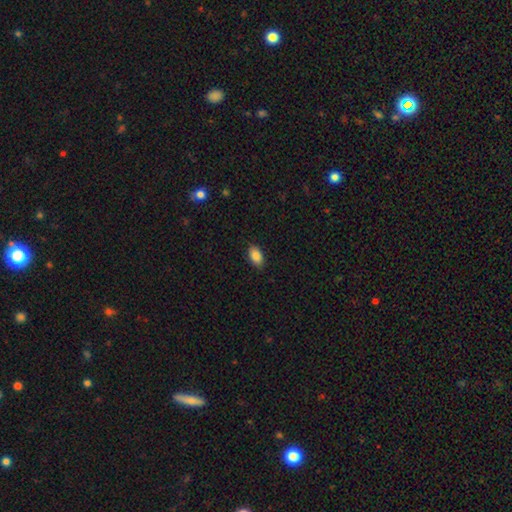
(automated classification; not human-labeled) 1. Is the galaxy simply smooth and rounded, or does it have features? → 88% smooth, 8% star or artifact, 5% featured or disk.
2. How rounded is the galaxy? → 92% in between, 6% round, 2% cigar-shaped.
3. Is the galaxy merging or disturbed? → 87% none, 10% minor disturbance, 2% major disturbance, 1% merger.